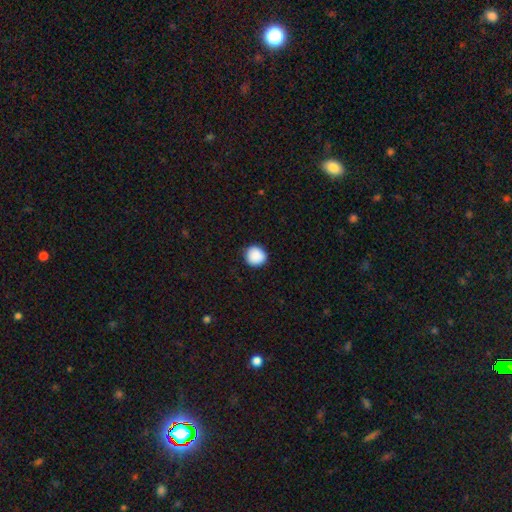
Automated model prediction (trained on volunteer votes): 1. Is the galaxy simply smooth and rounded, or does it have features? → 89% smooth, 8% star or artifact, 3% featured or disk.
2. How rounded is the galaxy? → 92% round, 7% in between, 1% cigar-shaped.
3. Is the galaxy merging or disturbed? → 89% none, 8% minor disturbance, 2% major disturbance, 1% merger.